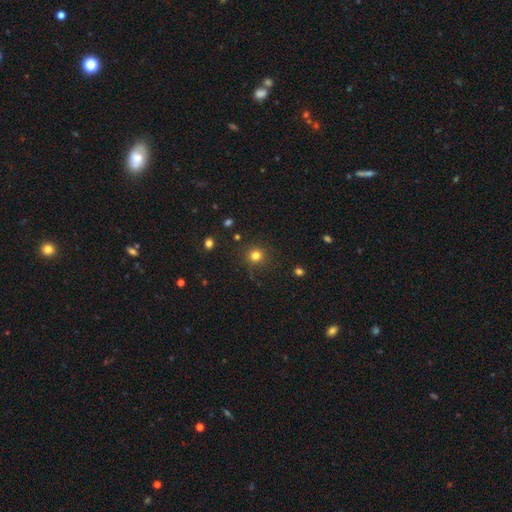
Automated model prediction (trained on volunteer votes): This appears to be a smooth galaxy with no disk features (79%) that is round (92%). Merging: none (86%).